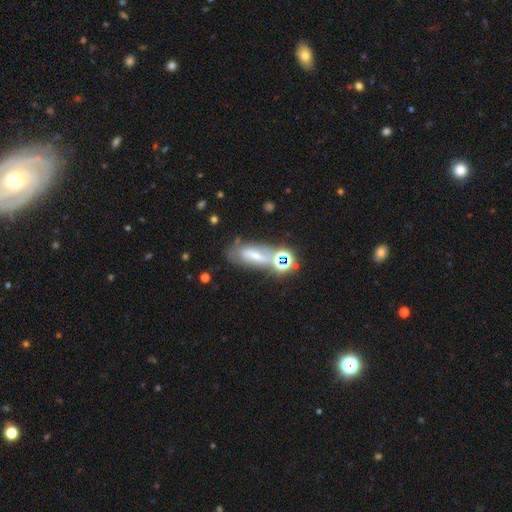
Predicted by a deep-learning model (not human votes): Q: Smooth or featured?
A: featured or disk (46%); runner-up: smooth (31%)
Q: Merging?
A: none (52%); runner-up: minor disturbance (21%)